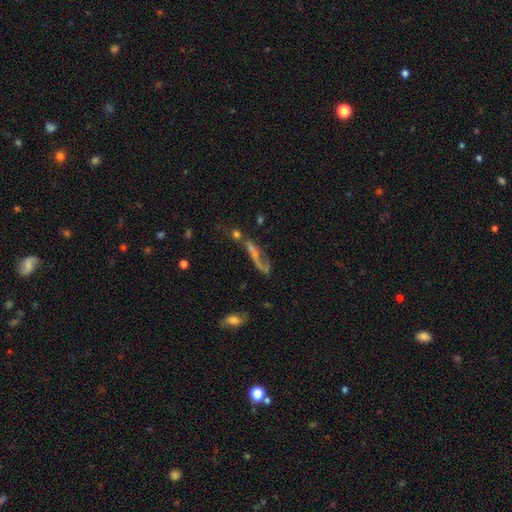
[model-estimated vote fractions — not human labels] This is possibly a featured or disk galaxy (49%). Merging: marginally none (35%).